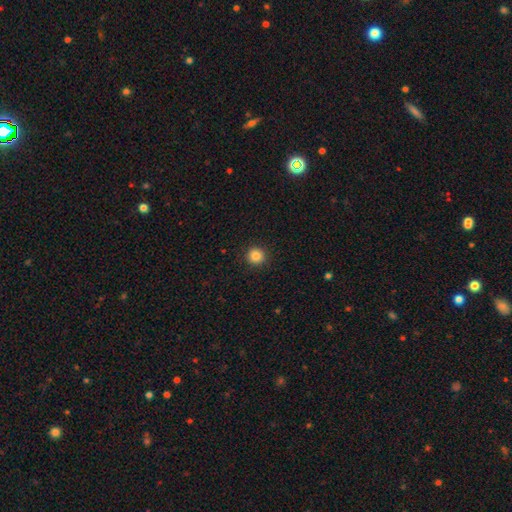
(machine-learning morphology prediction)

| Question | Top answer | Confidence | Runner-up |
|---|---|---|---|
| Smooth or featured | smooth | 86% | star or artifact (11%) |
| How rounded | round | 93% | in between (6%) |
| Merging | none | 92% | minor disturbance (5%) |